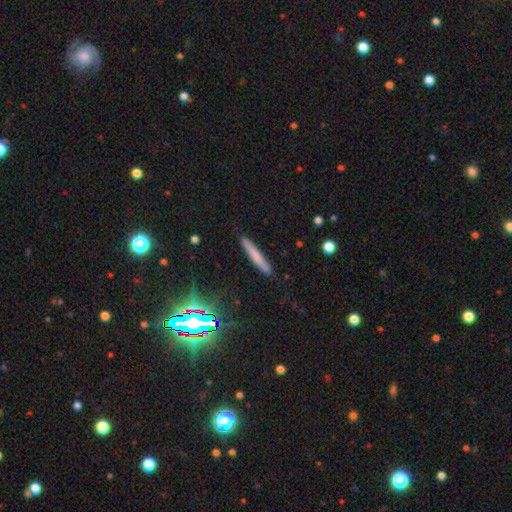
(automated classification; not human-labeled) Smooth or featured: smooth — 66% (featured or disk — 23%)
How rounded: cigar-shaped — 95% (in between — 4%)
Merging: none — 88% (minor disturbance — 9%)